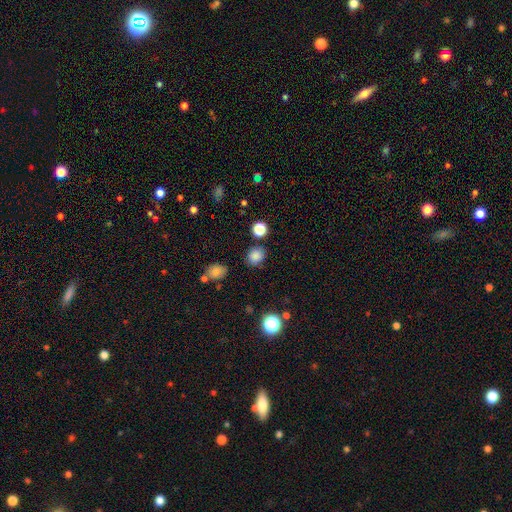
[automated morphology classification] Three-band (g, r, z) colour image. It shows a smooth galaxy with no disk features (81%) that is round (70%). Merging: none (79%).